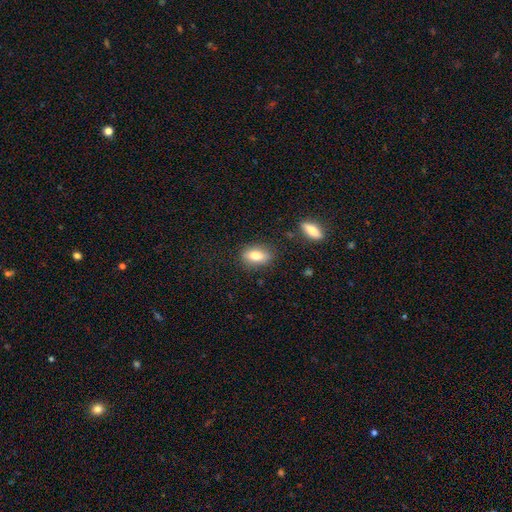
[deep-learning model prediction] Smooth or featured?
  - smooth: 76% *
  - featured or disk: 16%
  - star or artifact: 8%
How rounded?
  - in between: 80% *
  - round: 12%
  - cigar-shaped: 8%
Merging?
  - none: 81% *
  - minor disturbance: 13%
  - major disturbance: 3%
  - merger: 2%